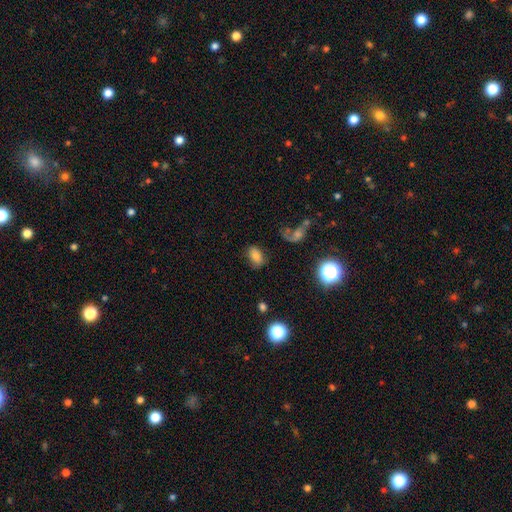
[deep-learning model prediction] This appears to be a smooth galaxy with no disk features (72%) that is in between round and cigar-shaped (86%). Merging: none (71%).